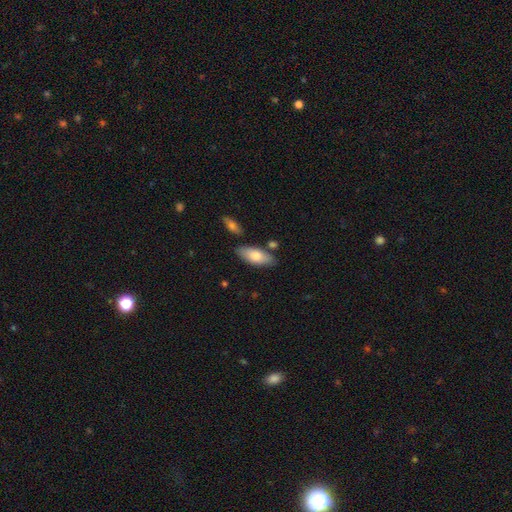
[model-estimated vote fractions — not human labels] The model was most divided on "smooth or featured": smooth: 76%, featured or disk: 19%, star or artifact: 6%. More confident: how rounded — in between (84%); merging — none (76%).